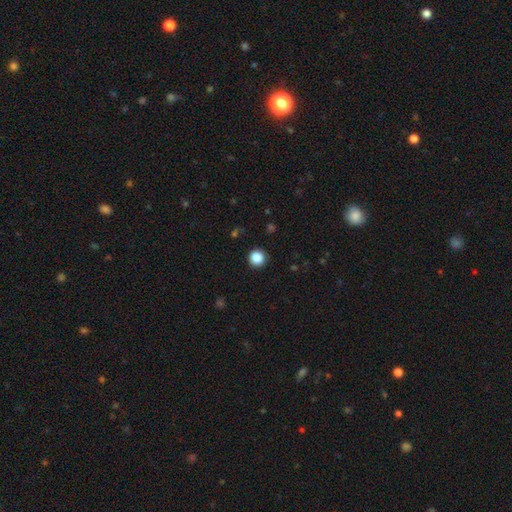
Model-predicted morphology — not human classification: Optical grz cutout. It shows a smooth galaxy with no disk features (86%) that is round (94%). Merging: none (91%).